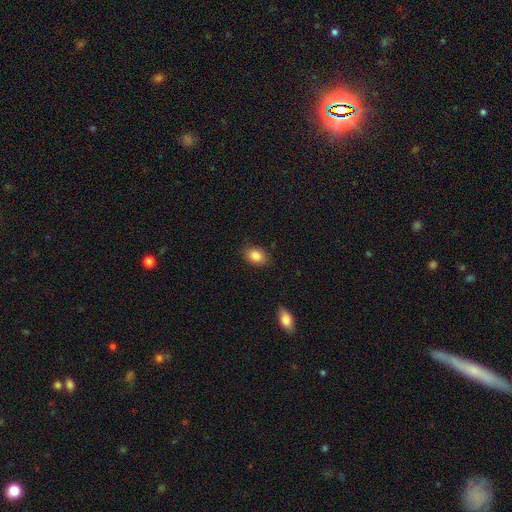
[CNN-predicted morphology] The model was most divided on "how rounded": in between: 76%, round: 23%, cigar-shaped: 1%. More confident: smooth or featured — smooth (85%); merging — none (84%).